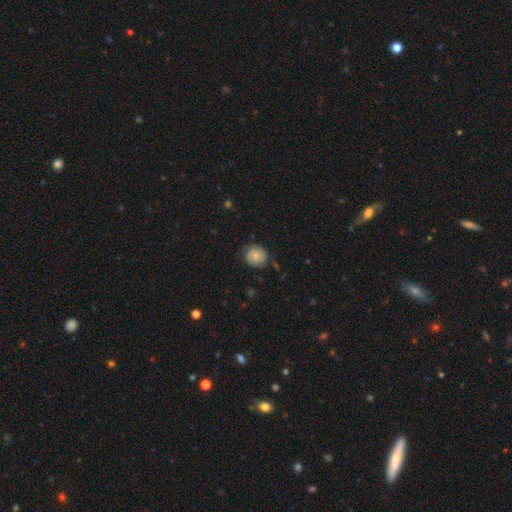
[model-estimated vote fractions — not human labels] The model was most divided on "smooth or featured": smooth: 65%, featured or disk: 27%, star or artifact: 8%. More confident: how rounded — round (88%); merging — none (72%).